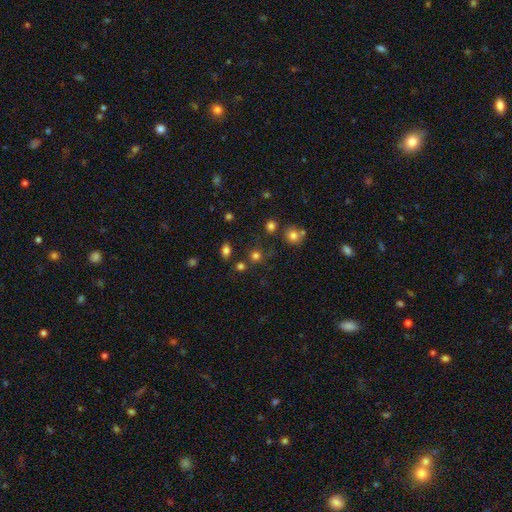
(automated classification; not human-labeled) smooth-or-featured: smooth: 73% | star or artifact: 21% | featured or disk: 6%
  how-rounded: round: 86% | in between: 13% | cigar-shaped: 1%
  merging: none: 77% | minor disturbance: 10% | merger: 10% | major disturbance: 4%